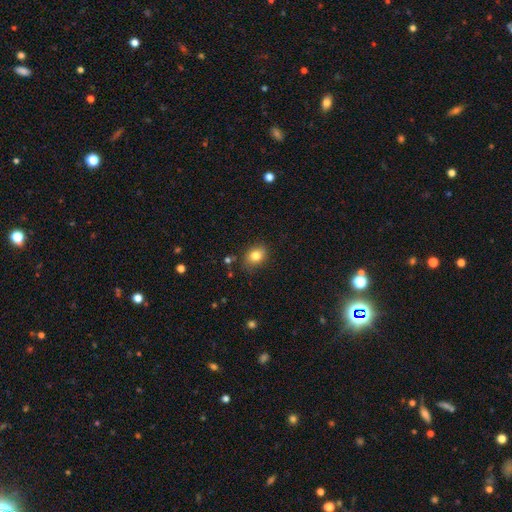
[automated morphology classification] Smooth or featured? smooth (82%)
How rounded? in between (56%)
Merging? none (81%)